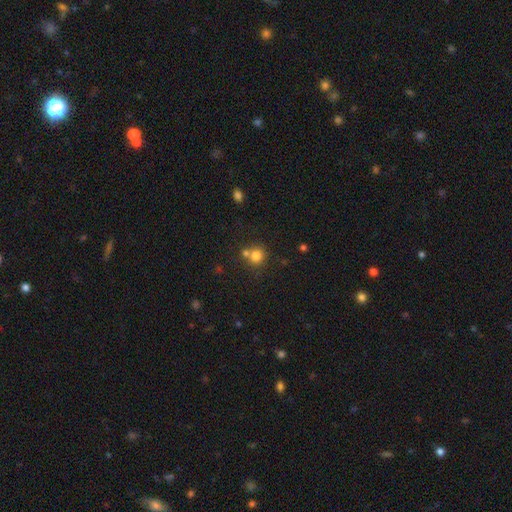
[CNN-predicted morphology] type=smooth (79%); roundness=round (88%); merging=none (57%).